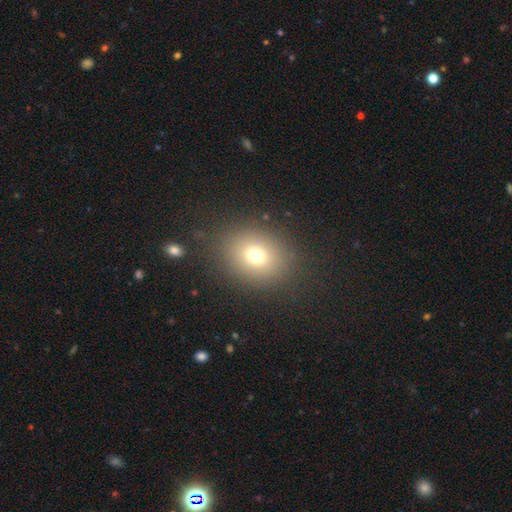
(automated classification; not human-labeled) Smooth or featured? smooth (73%)
How rounded? round (55%)
Merging? none (85%)